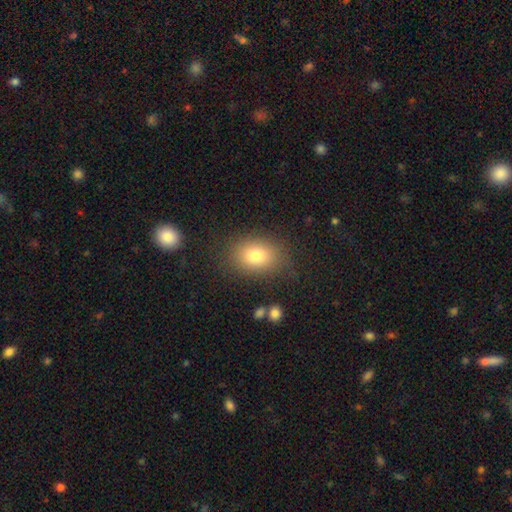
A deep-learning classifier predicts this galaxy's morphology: Smooth or featured? Predicted: smooth (p=0.80). How rounded? Predicted: in between (p=0.75). Merging? Predicted: none (p=0.81).